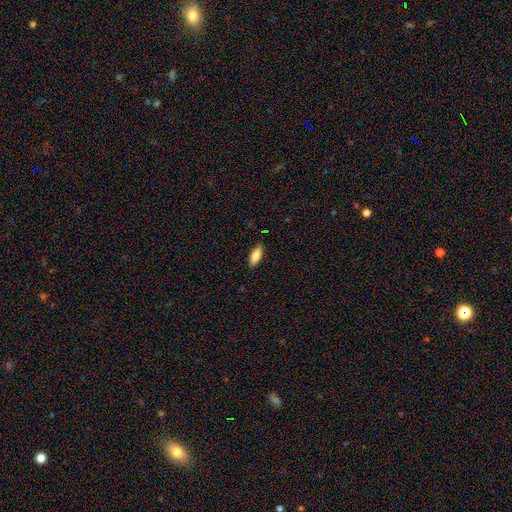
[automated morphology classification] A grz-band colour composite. It shows a smooth galaxy with no disk features (85%) that is in between round and cigar-shaped (77%). Merging: none (86%).